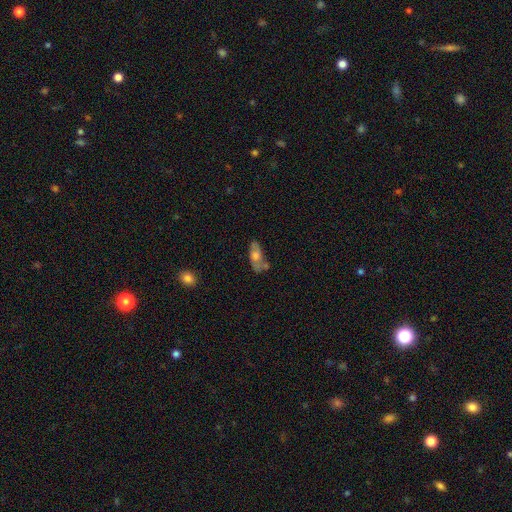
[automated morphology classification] smooth_or_featured: smooth (p=0.50) [alt: featured or disk p=0.42]
how_rounded: in between (p=0.82) [alt: cigar-shaped p=0.13]
merging: none (p=0.46) [alt: minor disturbance p=0.25]